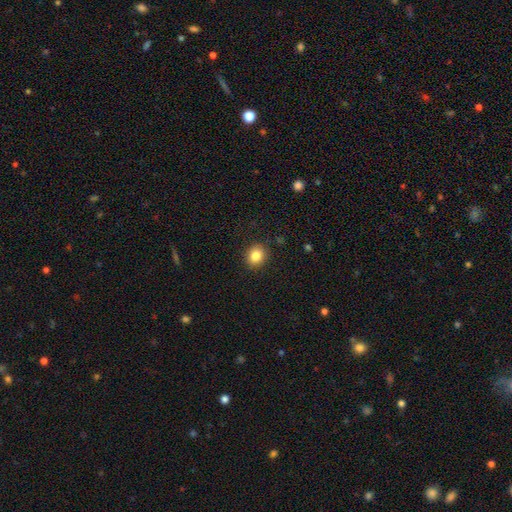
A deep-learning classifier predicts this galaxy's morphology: A smooth galaxy with no disk features (85%) that is round (57%). Merging: none (88%).